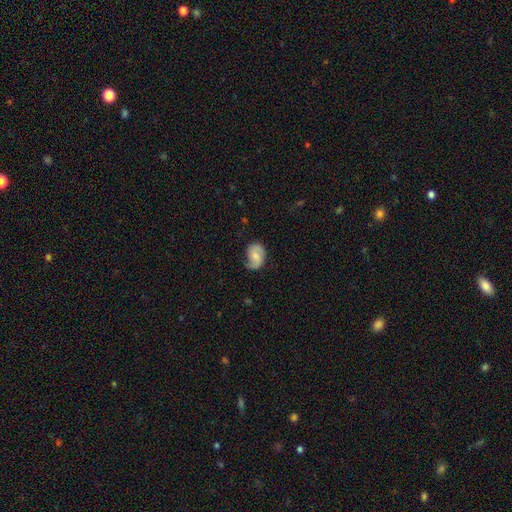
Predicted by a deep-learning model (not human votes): featured or disk 50%, smooth 43%, star or artifact 7%. Down the decision tree: merging — none (53%).